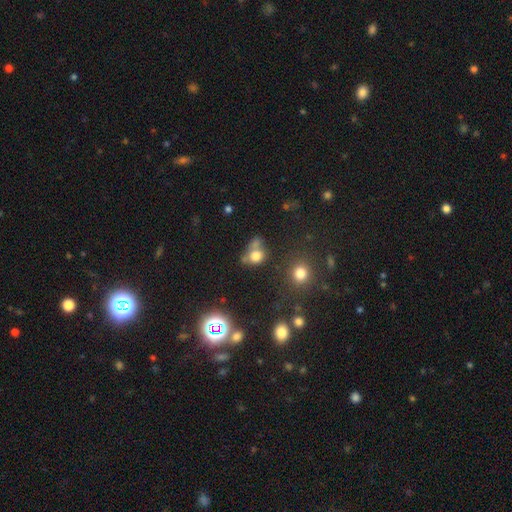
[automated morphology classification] A smooth galaxy with no disk features (71%) that is round (61%).

Vote fractions:
- Smooth or featured? smooth: 71% / star or artifact: 17% / featured or disk: 13%
- How rounded? round: 61% / in between: 37% / cigar-shaped: 2%
- Merging? none: 37% / merger: 36% / minor disturbance: 17% / major disturbance: 11%